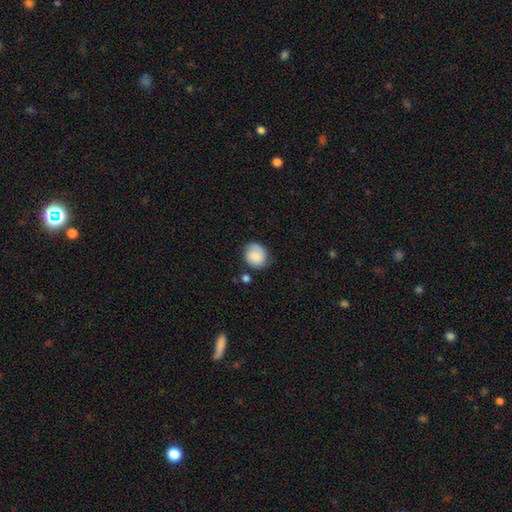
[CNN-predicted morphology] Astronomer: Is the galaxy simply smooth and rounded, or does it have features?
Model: smooth — 67%.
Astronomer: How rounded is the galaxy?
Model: round — 77%.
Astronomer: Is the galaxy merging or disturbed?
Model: none — 70%.